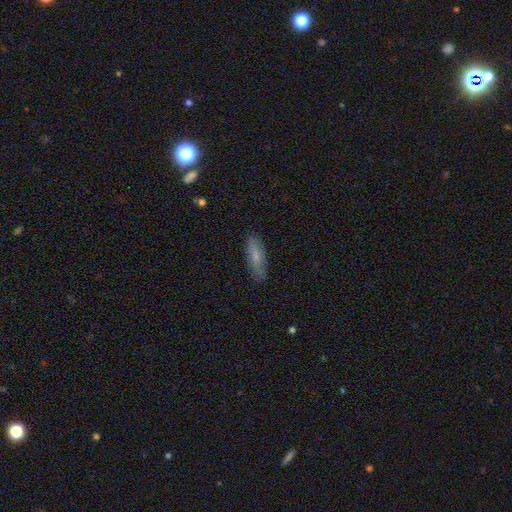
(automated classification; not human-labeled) This is likely a smooth galaxy (77%). How rounded: possibly in between (52%). Merging: clearly none (83%).